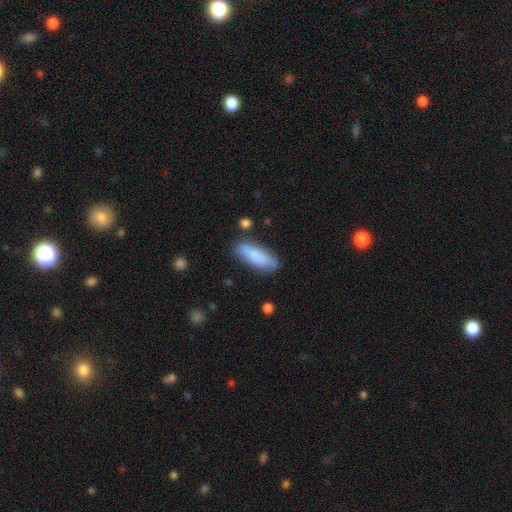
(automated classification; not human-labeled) Smooth or featured?
  - smooth: 81% *
  - featured or disk: 13%
  - star or artifact: 6%
How rounded?
  - in between: 55% *
  - cigar-shaped: 43%
  - round: 2%
Merging?
  - none: 75% *
  - minor disturbance: 17%
  - merger: 4%
  - major disturbance: 4%